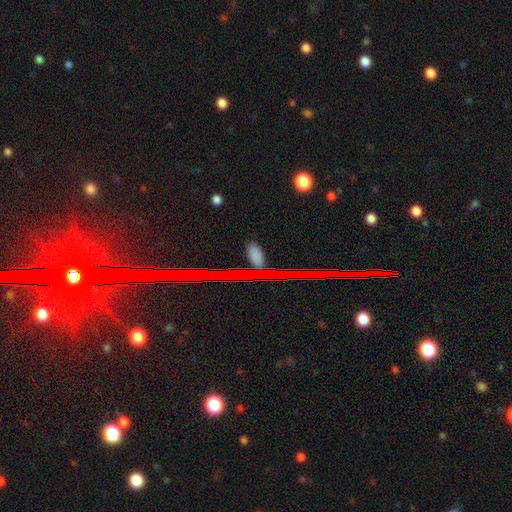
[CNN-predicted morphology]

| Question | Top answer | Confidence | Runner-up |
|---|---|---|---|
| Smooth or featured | smooth | 64% | star or artifact (27%) |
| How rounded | in between | 80% | cigar-shaped (10%) |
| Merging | none | 84% | minor disturbance (11%) |